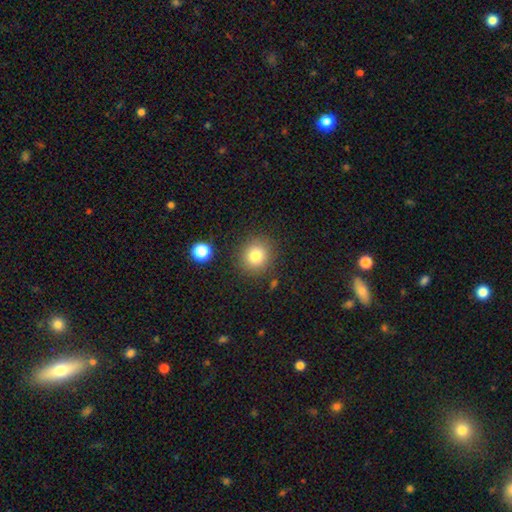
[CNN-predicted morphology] smooth-or-featured: smooth: 80% | star or artifact: 12% | featured or disk: 8%
  how-rounded: round: 88% | in between: 11% | cigar-shaped: 1%
  merging: none: 86% | minor disturbance: 8% | major disturbance: 3% | merger: 3%